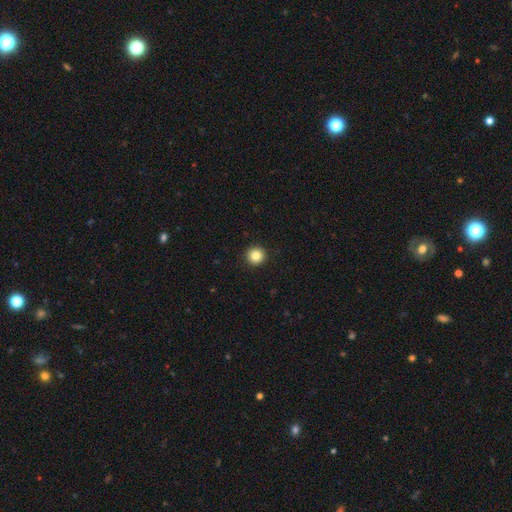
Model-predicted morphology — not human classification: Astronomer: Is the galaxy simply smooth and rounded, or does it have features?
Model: smooth — 84%.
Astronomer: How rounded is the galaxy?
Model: round — 96%.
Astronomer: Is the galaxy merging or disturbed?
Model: none — 94%.